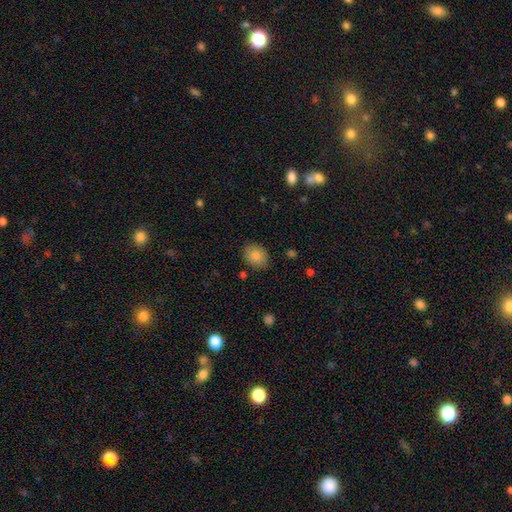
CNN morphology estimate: Q: Smooth or featured?
A: smooth (85%); runner-up: star or artifact (8%)
Q: How rounded?
A: in between (52%); runner-up: round (47%)
Q: Merging?
A: none (84%); runner-up: minor disturbance (12%)